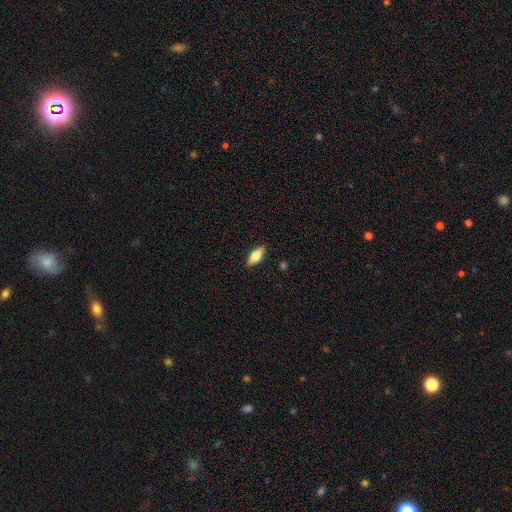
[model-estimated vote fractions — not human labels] Smooth or featured: smooth — 69% (featured or disk — 25%)
How rounded: in between — 76% (cigar-shaped — 22%)
Merging: none — 89% (minor disturbance — 9%)